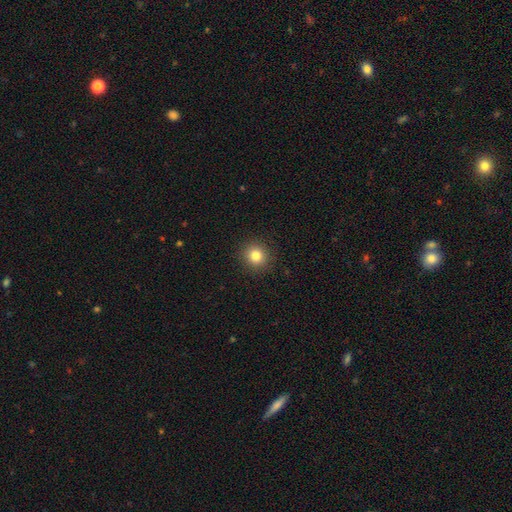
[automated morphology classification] type=smooth (82%); roundness=round (93%); merging=none (92%).